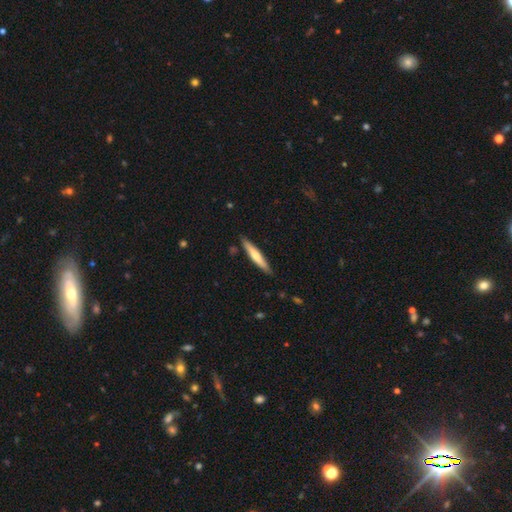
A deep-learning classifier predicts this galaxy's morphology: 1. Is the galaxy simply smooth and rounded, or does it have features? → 57% smooth, 38% featured or disk, 5% star or artifact.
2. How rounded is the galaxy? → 92% cigar-shaped, 7% in between, 1% round.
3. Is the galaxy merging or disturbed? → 87% none, 10% minor disturbance, 2% merger, 2% major disturbance.